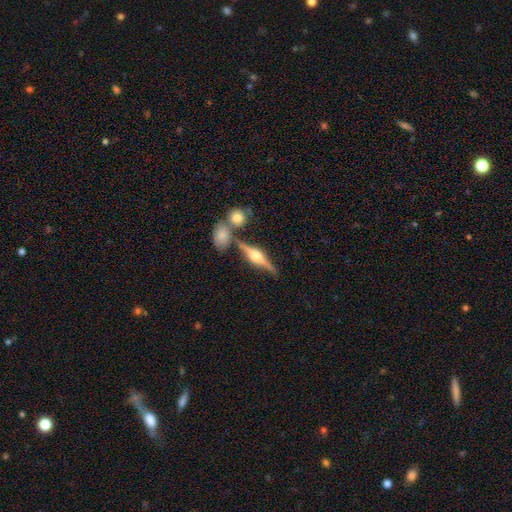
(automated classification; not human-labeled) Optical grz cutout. It shows a featured or disk galaxy (81%) viewed edge-on (97%) with a rounded central bulge (93%). Merging: none (77%).